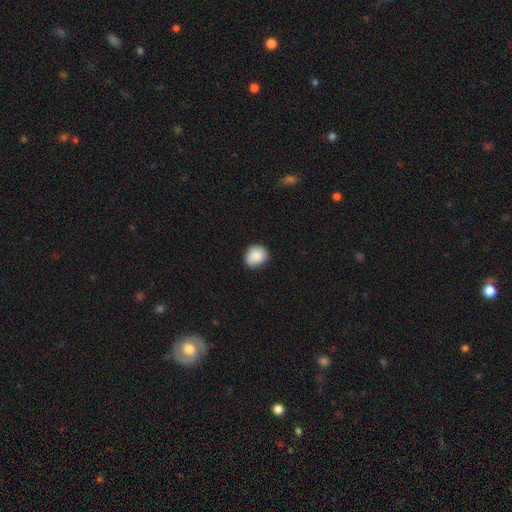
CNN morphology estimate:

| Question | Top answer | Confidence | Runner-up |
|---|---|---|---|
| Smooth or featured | smooth | 88% | star or artifact (7%) |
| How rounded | round | 72% | in between (28%) |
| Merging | none | 82% | minor disturbance (14%) |